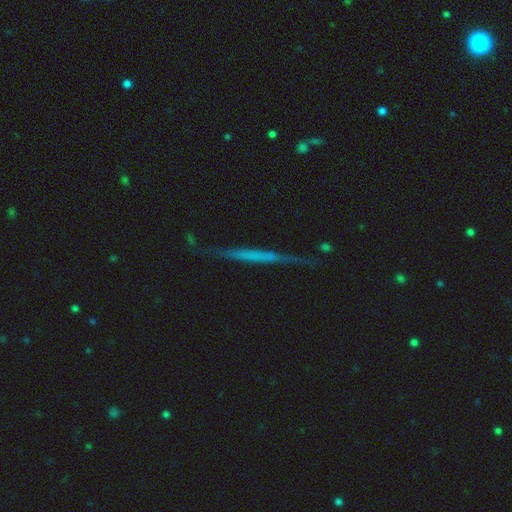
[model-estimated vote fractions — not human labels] Smooth or featured: featured or disk — 58% (smooth — 32%)
Edge-on disk: yes — 95% (no — 5%)
Edge-on bulge: none — 81% (rounded — 10%)
Merging: none — 80% (minor disturbance — 14%)